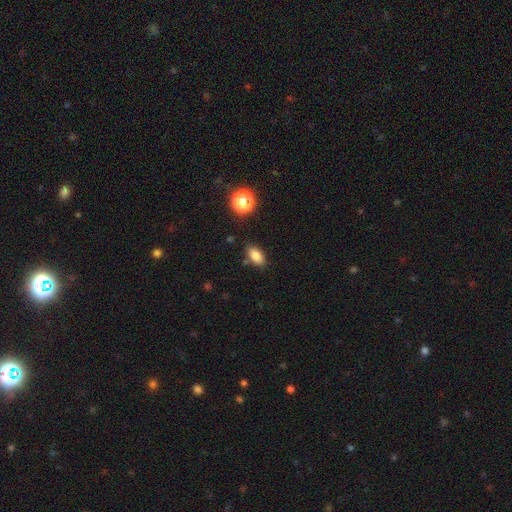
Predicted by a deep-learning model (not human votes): Morphology: type=smooth (82%); roundness=in between (87%); merging=none (83%).